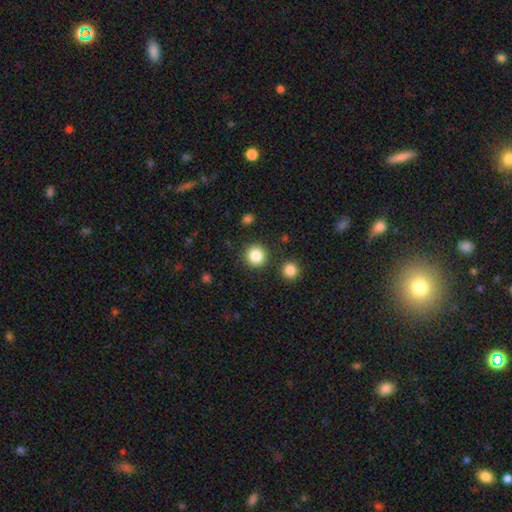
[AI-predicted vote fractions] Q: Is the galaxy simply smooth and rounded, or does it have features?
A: smooth — 85%.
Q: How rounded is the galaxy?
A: round — 94%.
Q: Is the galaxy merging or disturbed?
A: none — 88%.